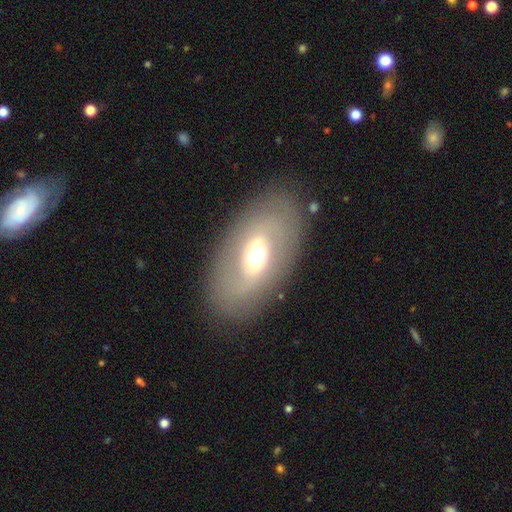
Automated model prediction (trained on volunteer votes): Smooth or featured? Predicted: featured or disk (p=0.51). Edge-on disk? Predicted: no (p=0.87). Merging? Predicted: none (p=0.82).